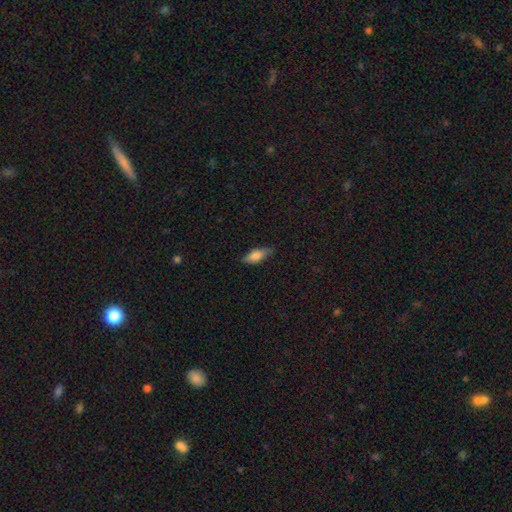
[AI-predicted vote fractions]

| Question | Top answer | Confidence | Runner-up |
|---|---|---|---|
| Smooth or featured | smooth | 73% | featured or disk (20%) |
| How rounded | in between | 75% | cigar-shaped (22%) |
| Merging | none | 76% | minor disturbance (20%) |